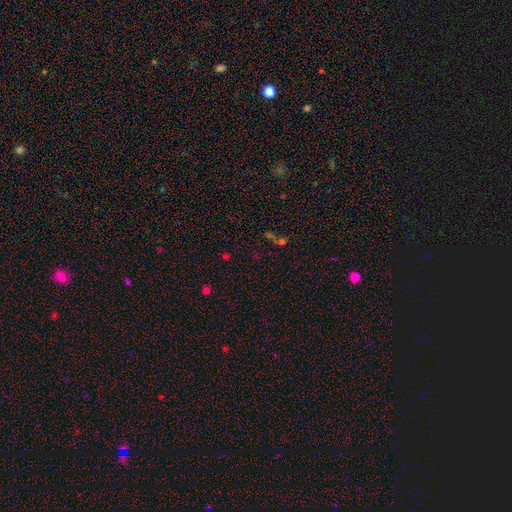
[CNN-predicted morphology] star or artifact 55%, smooth 34%, featured or disk 11%.